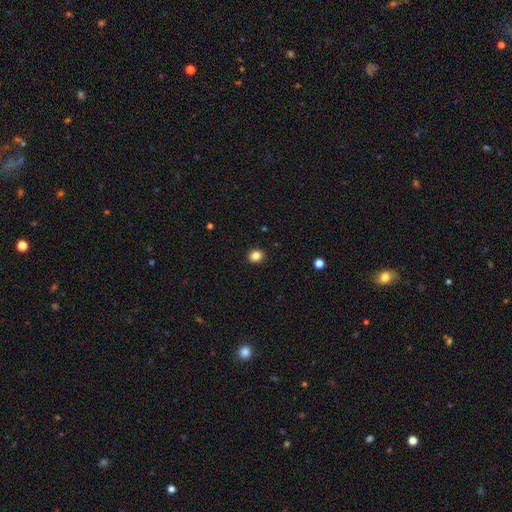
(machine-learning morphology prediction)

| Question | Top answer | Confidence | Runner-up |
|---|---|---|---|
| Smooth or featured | smooth | 85% | star or artifact (11%) |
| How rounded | round | 73% | in between (26%) |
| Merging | none | 92% | minor disturbance (6%) |